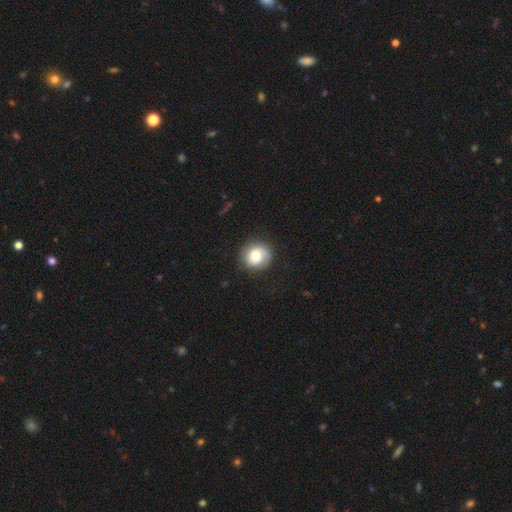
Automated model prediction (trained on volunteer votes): The model was most divided on "smooth or featured": smooth: 71%, featured or disk: 22%, star or artifact: 8%. More confident: how rounded — round (83%); merging — none (78%).